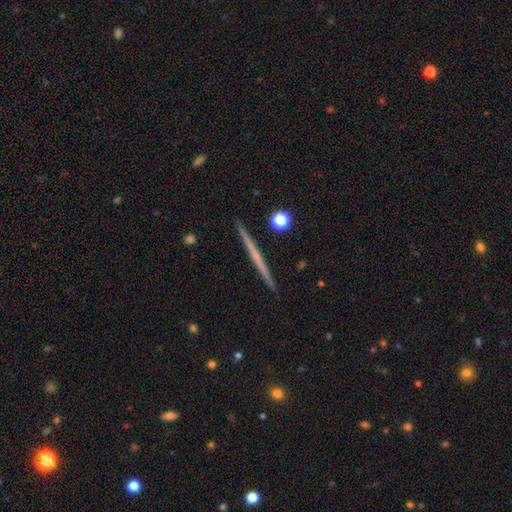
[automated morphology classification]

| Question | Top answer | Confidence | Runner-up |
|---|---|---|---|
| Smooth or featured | featured or disk | 64% | smooth (30%) |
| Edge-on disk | yes | 98% | no (2%) |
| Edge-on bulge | none | 82% | rounded (14%) |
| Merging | none | 93% | minor disturbance (5%) |